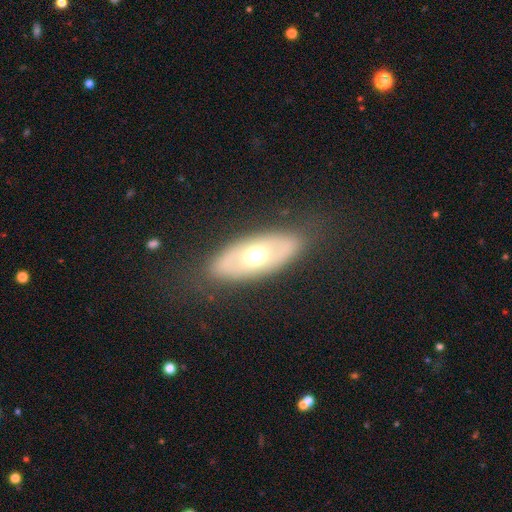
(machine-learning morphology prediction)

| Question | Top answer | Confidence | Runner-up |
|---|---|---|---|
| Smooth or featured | smooth | 48% | featured or disk (45%) |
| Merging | none | 81% | minor disturbance (13%) |